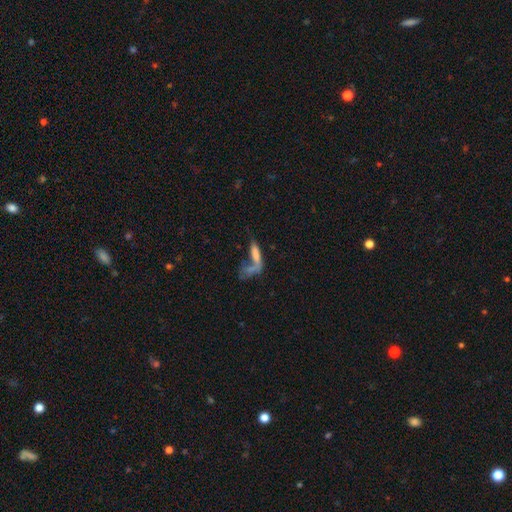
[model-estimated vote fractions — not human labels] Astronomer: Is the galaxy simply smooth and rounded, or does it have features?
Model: smooth — 68%.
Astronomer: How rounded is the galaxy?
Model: cigar-shaped — 58% (runner-up: in between, 38%).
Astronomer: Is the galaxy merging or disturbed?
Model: merger — 50% (runner-up: none, 26%).